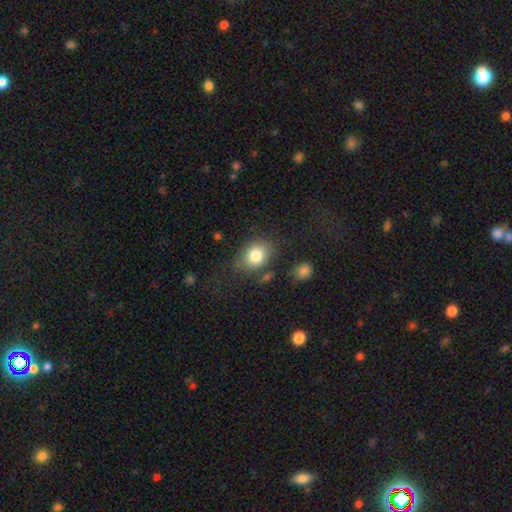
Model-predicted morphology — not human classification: Smooth or featured?
  - smooth: 81% *
  - featured or disk: 10%
  - star or artifact: 9%
How rounded?
  - in between: 56% *
  - round: 43%
  - cigar-shaped: 1%
Merging?
  - none: 69% *
  - minor disturbance: 17%
  - major disturbance: 8%
  - merger: 6%